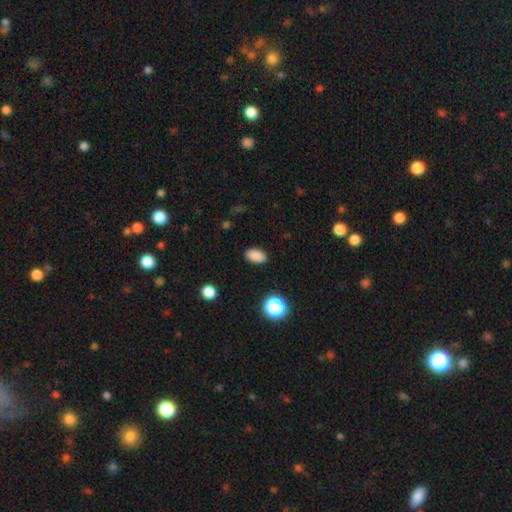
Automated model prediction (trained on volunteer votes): Morphology: type=smooth (86%); roundness=in between (90%); merging=none (89%).